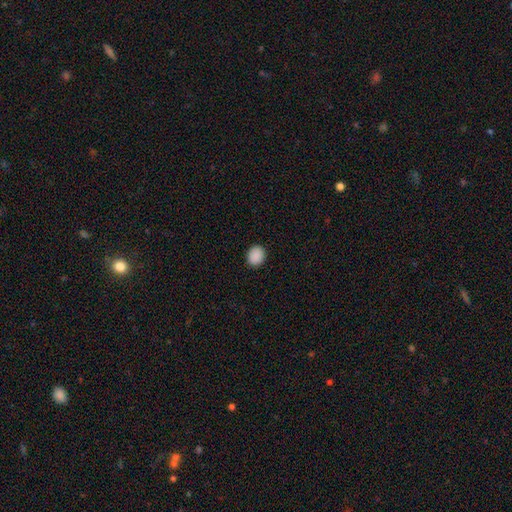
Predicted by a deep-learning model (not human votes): A smooth galaxy with no disk features (90%) that is round (61%). Merging: none (90%).